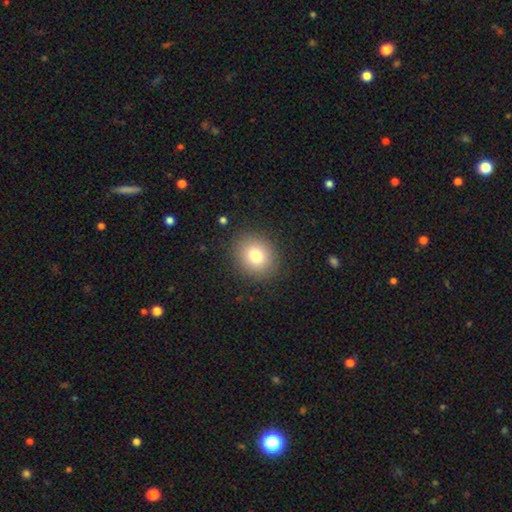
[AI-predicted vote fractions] Smooth or featured? smooth (79%)
How rounded? round (79%)
Merging? none (88%)